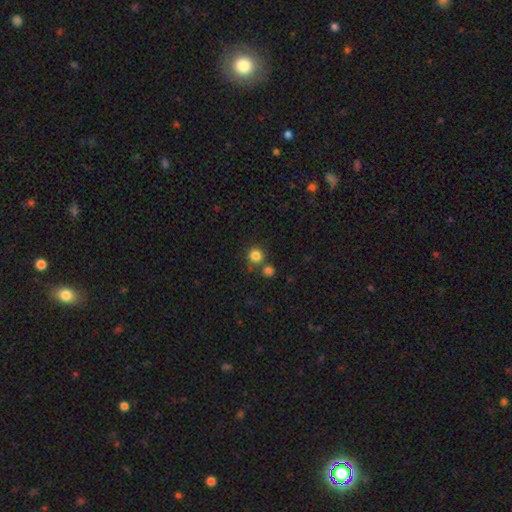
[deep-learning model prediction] Morphology: type=smooth (83%); roundness=round (92%); merging=none (71%).